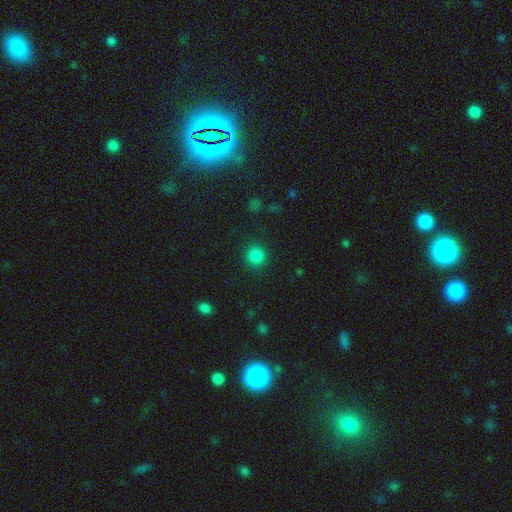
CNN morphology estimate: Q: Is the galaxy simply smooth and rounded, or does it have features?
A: smooth — 84%.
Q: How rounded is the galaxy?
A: round — 93%.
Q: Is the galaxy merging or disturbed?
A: none — 90%.